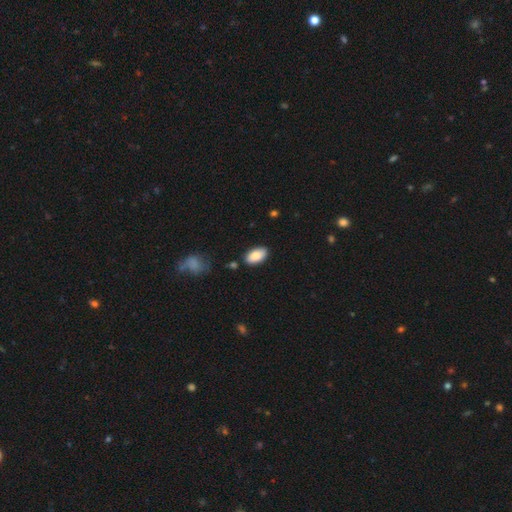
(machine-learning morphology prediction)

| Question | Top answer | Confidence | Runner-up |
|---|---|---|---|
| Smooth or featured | smooth | 85% | featured or disk (8%) |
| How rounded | in between | 94% | round (3%) |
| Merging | none | 84% | minor disturbance (11%) |